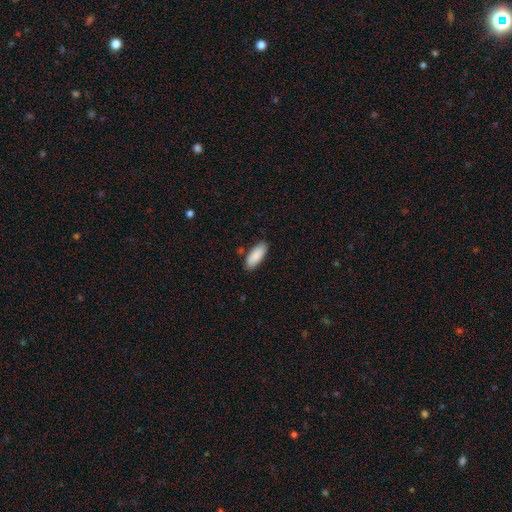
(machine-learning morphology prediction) smooth_or_featured: smooth (p=0.89) [alt: star or artifact p=0.06]
how_rounded: in between (p=0.80) [alt: cigar-shaped p=0.18]
merging: none (p=0.84) [alt: minor disturbance p=0.12]